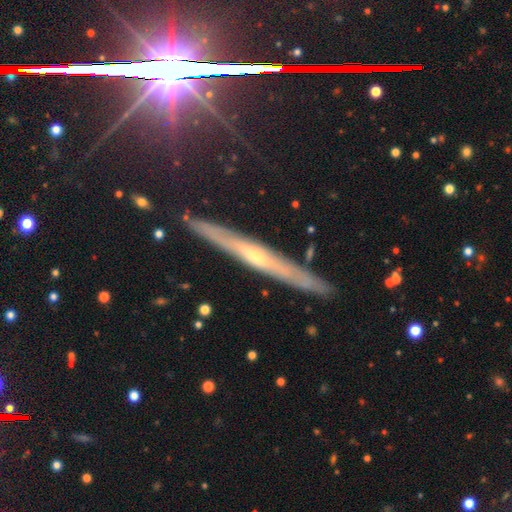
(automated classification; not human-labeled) Smooth or featured?
  - featured or disk: 74% *
  - smooth: 17%
  - star or artifact: 10%
Edge-on disk?
  - yes: 93% *
  - no: 7%
Edge-on bulge?
  - rounded: 65% *
  - none: 31%
  - boxy: 4%
Merging?
  - none: 87% *
  - minor disturbance: 10%
  - major disturbance: 2%
  - merger: 1%